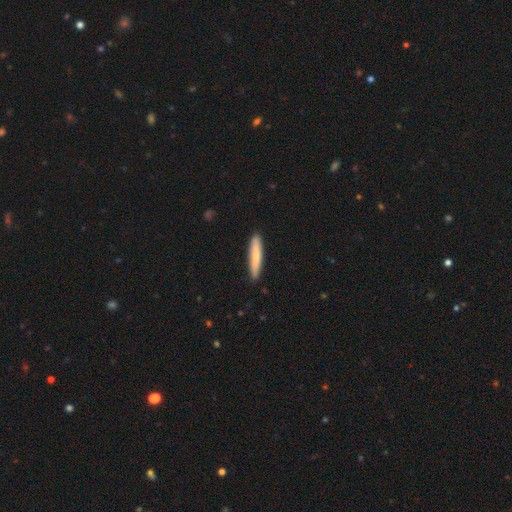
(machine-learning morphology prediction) smooth_or_featured: smooth (p=0.76) [alt: featured or disk p=0.19]
how_rounded: cigar-shaped (p=0.91) [alt: in between p=0.08]
merging: none (p=0.89) [alt: minor disturbance p=0.08]